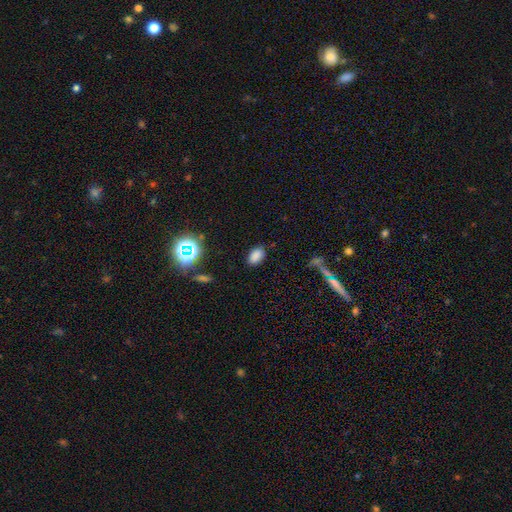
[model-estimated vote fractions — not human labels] smooth_or_featured: smooth (p=0.81) [alt: star or artifact p=0.14]
how_rounded: in between (p=0.88) [alt: round p=0.10]
merging: none (p=0.83) [alt: minor disturbance p=0.12]